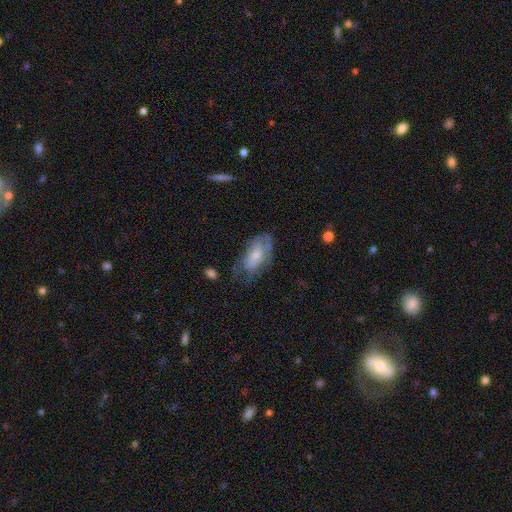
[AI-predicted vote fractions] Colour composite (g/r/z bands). It shows a smooth galaxy with no disk features (52%) that is in between round and cigar-shaped (88%). Merging: none (47%).